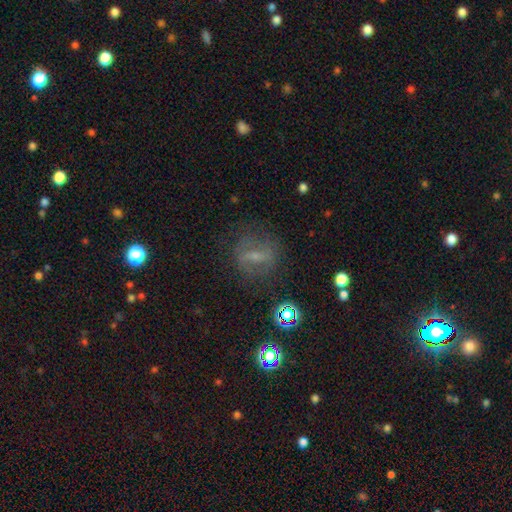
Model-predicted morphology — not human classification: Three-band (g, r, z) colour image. It shows a featured or disk galaxy (48%). Merging: none (72%).